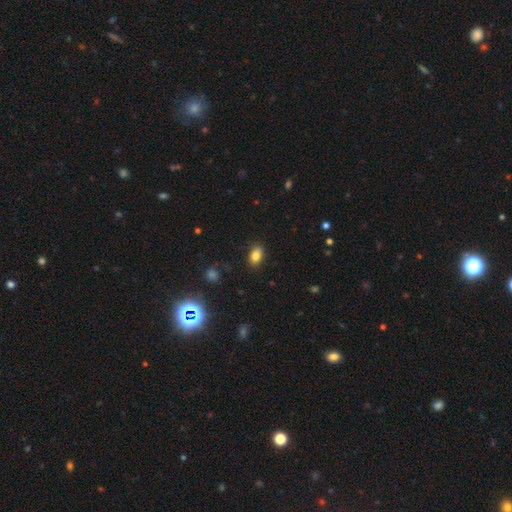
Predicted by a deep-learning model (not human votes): This appears to be a smooth galaxy with no disk features (82%) that is in between round and cigar-shaped (82%). Merging: none (85%).